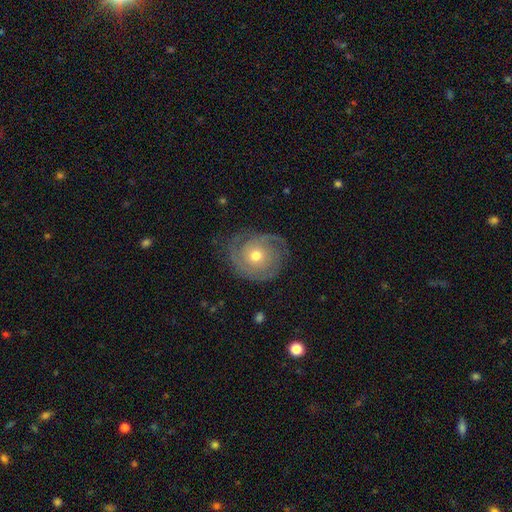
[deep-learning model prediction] smooth_or_featured: featured or disk (p=0.74) [alt: smooth p=0.19]
disk_edge_on: no (p=0.96) [alt: yes p=0.04]
bar: no (p=0.82) [alt: weak p=0.15]
has_spiral_arms: yes (p=0.89) [alt: no p=0.11]
spiral_winding: tight (p=0.61) [alt: medium p=0.29]
spiral_arm_count: 2 (p=0.45) [alt: can't tell p=0.24]
bulge_size: moderate (p=0.63) [alt: small p=0.32]
merging: none (p=0.74) [alt: minor disturbance p=0.17]